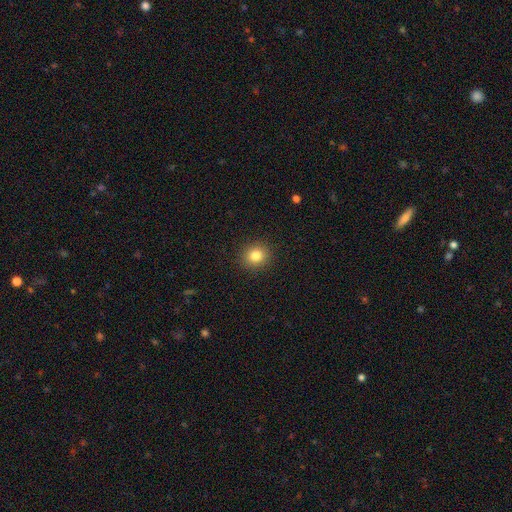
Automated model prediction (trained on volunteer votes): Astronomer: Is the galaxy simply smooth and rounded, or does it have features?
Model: smooth — 83%.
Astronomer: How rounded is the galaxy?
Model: round — 82%.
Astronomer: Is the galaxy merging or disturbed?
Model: none — 91%.